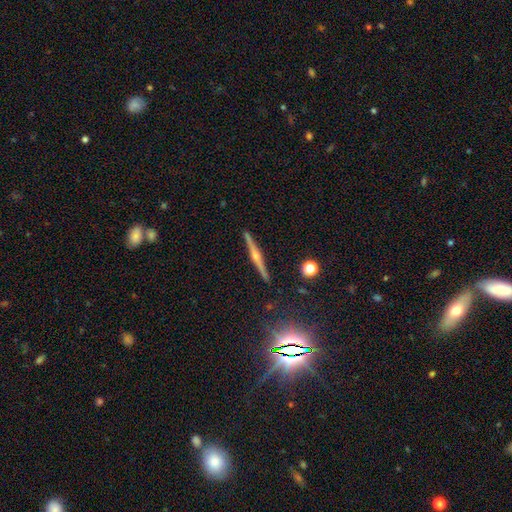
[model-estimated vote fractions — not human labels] Smooth or featured? featured or disk (76%)
Edge-on disk? yes (98%)
Edge-on bulge? rounded (88%)
Merging? none (91%)